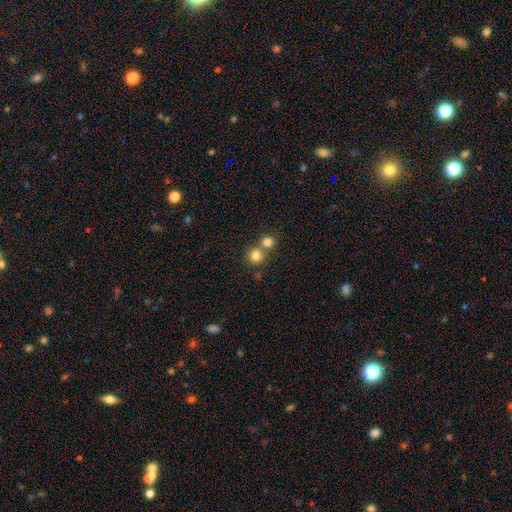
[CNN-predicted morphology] Q: Smooth or featured?
A: smooth (80%); runner-up: star or artifact (13%)
Q: How rounded?
A: round (91%); runner-up: in between (8%)
Q: Merging?
A: none (55%); runner-up: merger (37%)